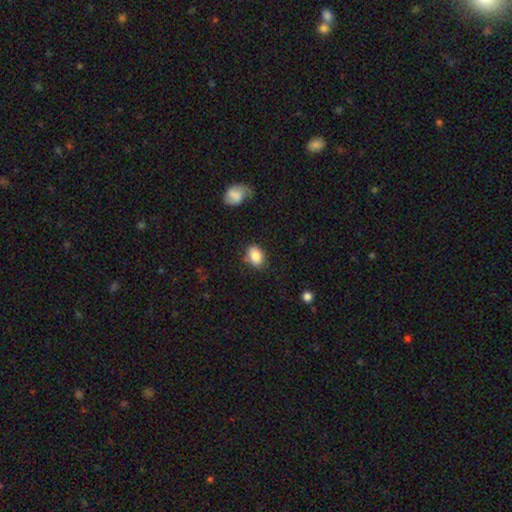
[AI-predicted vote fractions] Morphology: type=smooth (86%); roundness=in between (78%); merging=none (78%).